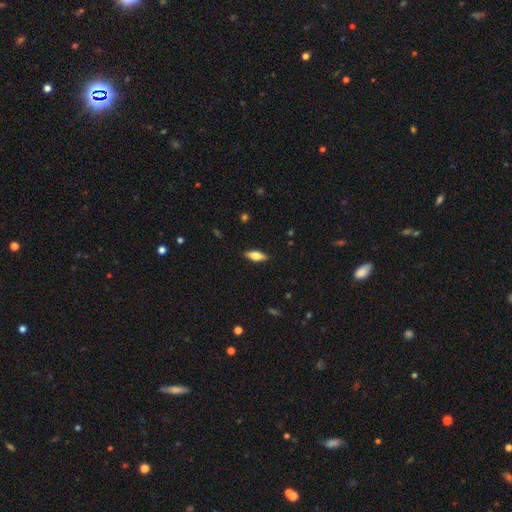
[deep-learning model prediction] smooth-or-featured: smooth: 60% | featured or disk: 34% | star or artifact: 7%
  how-rounded: in between: 65% | cigar-shaped: 32% | round: 3%
  merging: none: 88% | minor disturbance: 9% | major disturbance: 2% | merger: 1%